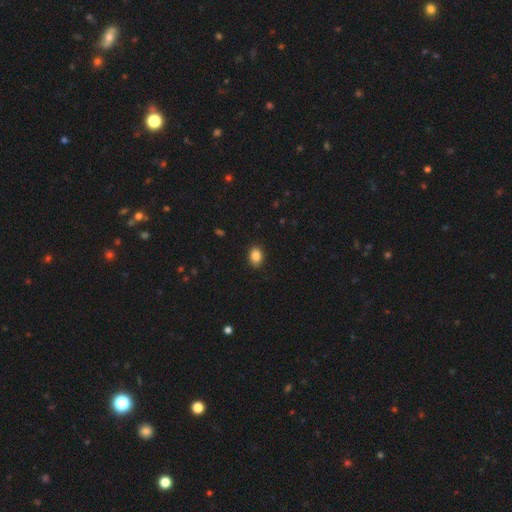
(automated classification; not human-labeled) A smooth galaxy with no disk features (88%) that is in between round and cigar-shaped (69%). Merging: none (88%).